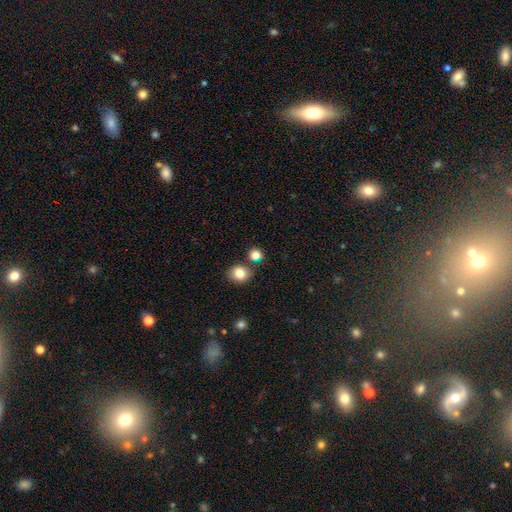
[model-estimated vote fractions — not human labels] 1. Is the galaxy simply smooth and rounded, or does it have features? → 82% smooth, 13% star or artifact, 5% featured or disk.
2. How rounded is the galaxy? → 77% round, 22% in between, 1% cigar-shaped.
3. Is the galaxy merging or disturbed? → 73% none, 15% merger, 9% minor disturbance, 3% major disturbance.